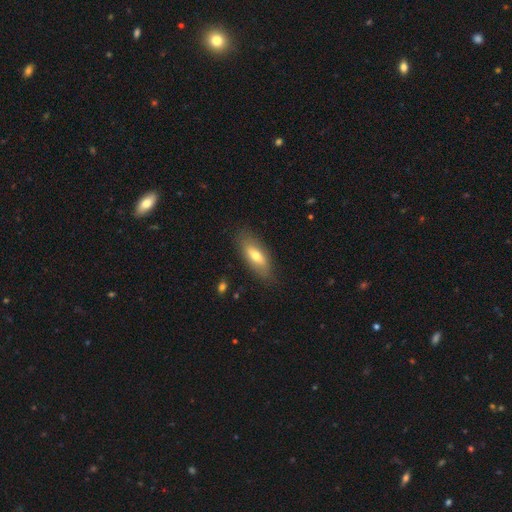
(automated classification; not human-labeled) Smooth or featured?
  - smooth: 64% *
  - featured or disk: 30%
  - star or artifact: 6%
How rounded?
  - in between: 71% *
  - cigar-shaped: 26%
  - round: 3%
Merging?
  - none: 80% *
  - minor disturbance: 15%
  - major disturbance: 4%
  - merger: 1%